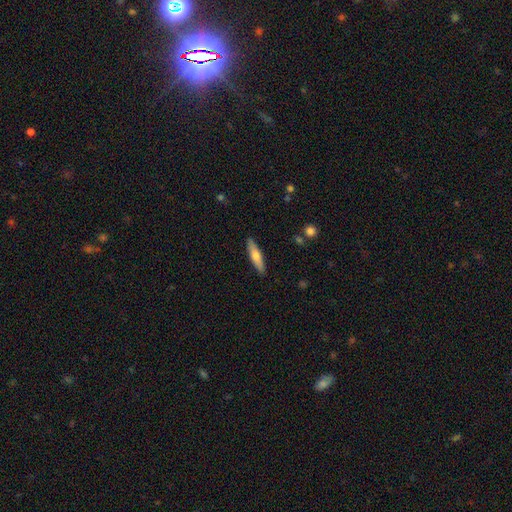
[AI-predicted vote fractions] Morphology: type=smooth (63%); roundness=cigar-shaped (78%); merging=none (90%).